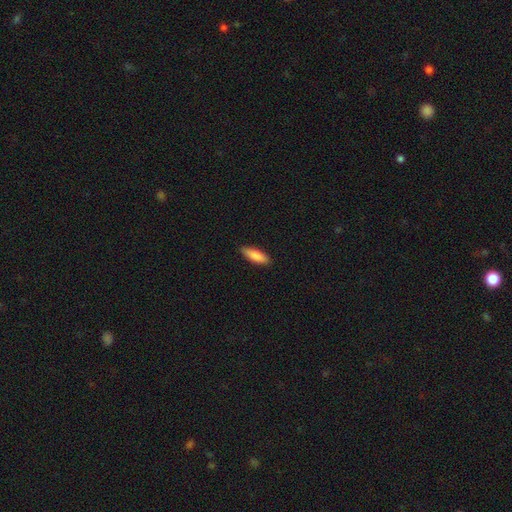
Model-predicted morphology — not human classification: Overall: smooth (86%). How rounded: in between (56%; cigar-shaped 43%). Merging: none (88%).